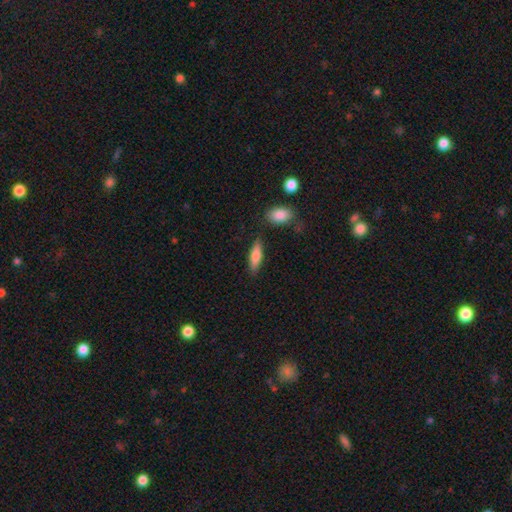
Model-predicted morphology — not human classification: This is likely a smooth galaxy (77%). How rounded: possibly cigar-shaped (55%). Merging: clearly none (80%).